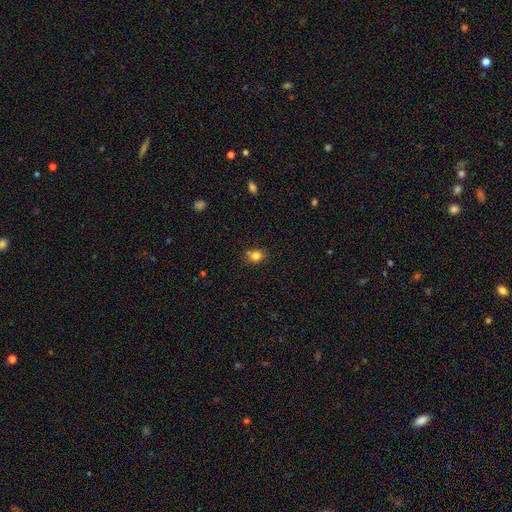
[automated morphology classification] Smooth or featured: smooth — 82% (star or artifact — 12%)
How rounded: round — 63% (in between — 36%)
Merging: none — 76% (minor disturbance — 15%)